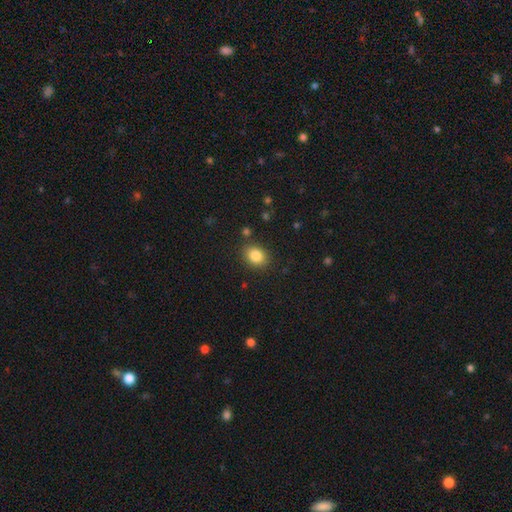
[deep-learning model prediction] Morphology: type=smooth (85%); roundness=in between (54%); merging=none (86%).